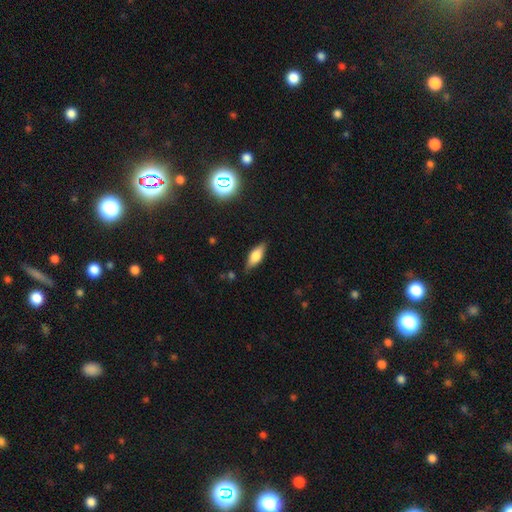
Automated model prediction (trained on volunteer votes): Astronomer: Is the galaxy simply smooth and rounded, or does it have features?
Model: smooth — 62%.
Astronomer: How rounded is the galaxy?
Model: in between — 71%.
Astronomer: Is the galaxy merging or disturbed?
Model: none — 82%.